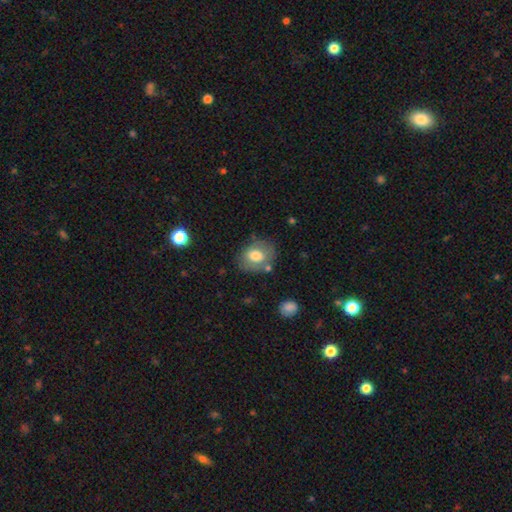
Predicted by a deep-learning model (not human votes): smooth_or_featured: smooth (p=0.68) [alt: featured or disk p=0.24]
how_rounded: in between (p=0.57) [alt: round p=0.42]
merging: none (p=0.68) [alt: minor disturbance p=0.19]